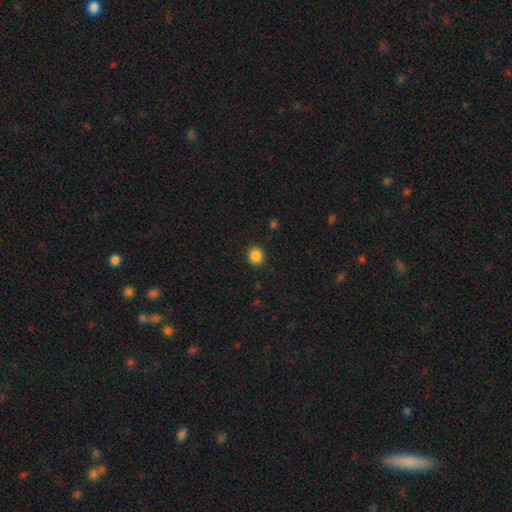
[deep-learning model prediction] Overall: smooth (86%). How rounded: round (83%). Merging: none (91%).